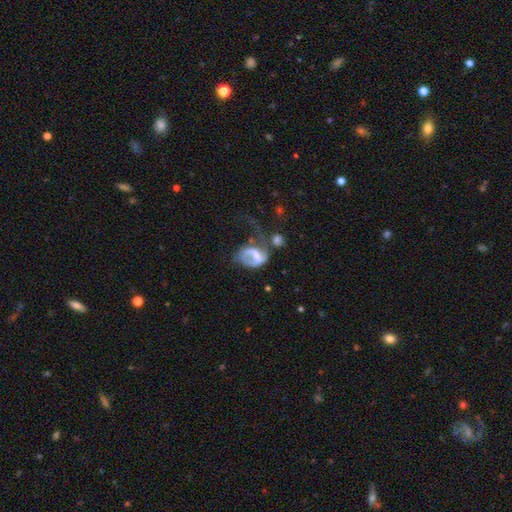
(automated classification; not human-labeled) smooth_or_featured: featured or disk (p=0.55) [alt: smooth p=0.36]
disk_edge_on: no (p=0.97) [alt: yes p=0.03]
bar: no (p=0.38) [alt: weak p=0.36]
has_spiral_arms: yes (p=0.56) [alt: no p=0.44]
bulge_size: none (p=0.43) [alt: small p=0.23]
merging: major disturbance (p=0.54) [alt: none p=0.18]